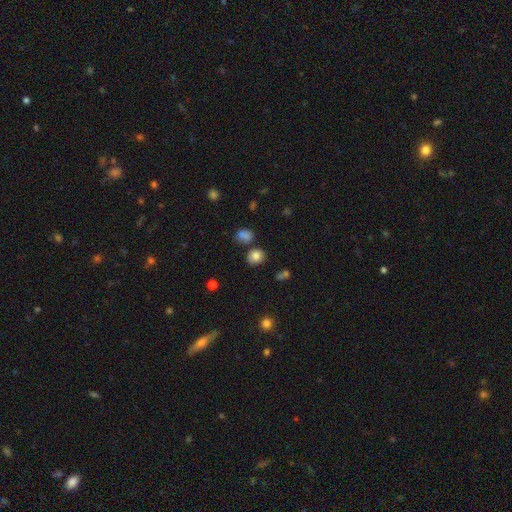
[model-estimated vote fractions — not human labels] Overall: smooth (82%). How rounded: round (72%). Merging: none (76%).